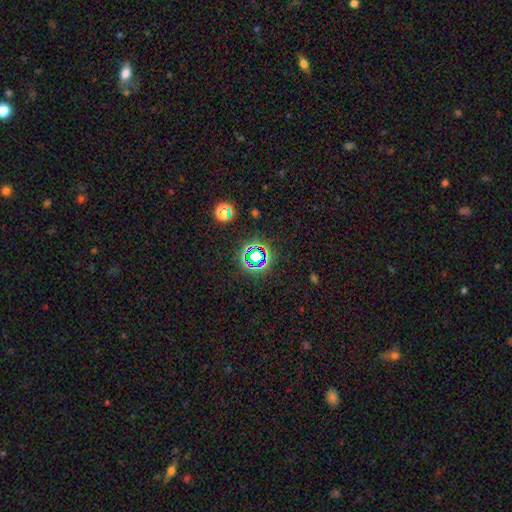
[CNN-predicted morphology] This is likely a star or artifact rather than a galaxy (66%).